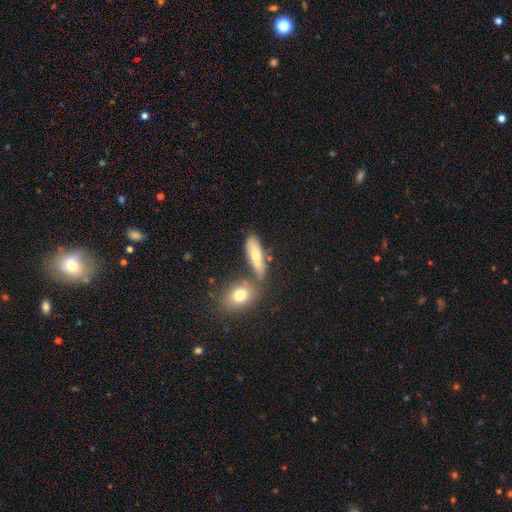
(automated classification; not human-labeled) smooth-or-featured: smooth: 64% | featured or disk: 28% | star or artifact: 8%
  how-rounded: in between: 62% | cigar-shaped: 33% | round: 5%
  merging: none: 58% | merger: 23% | minor disturbance: 14% | major disturbance: 5%